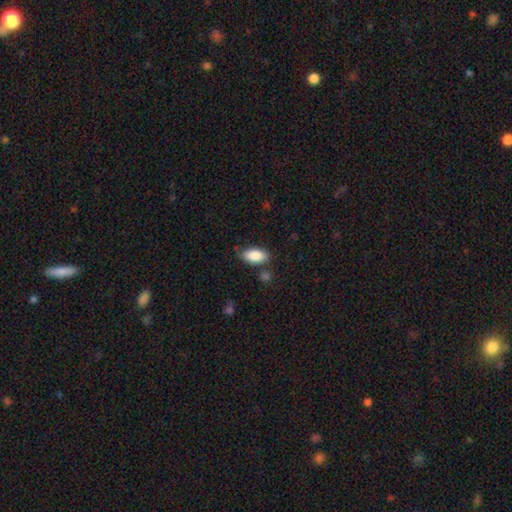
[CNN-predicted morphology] A smooth galaxy with no disk features (87%) that is in between round and cigar-shaped (93%). Merging: none (76%).